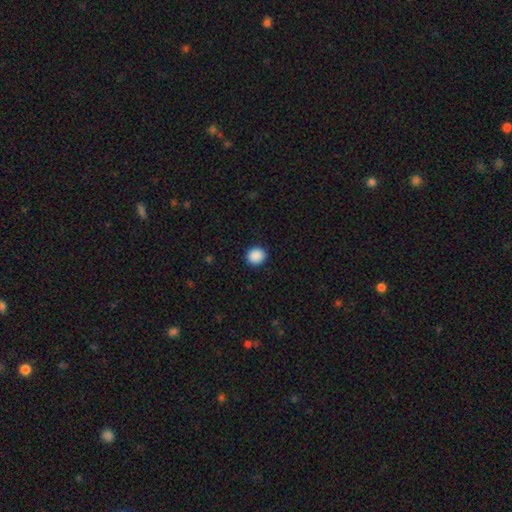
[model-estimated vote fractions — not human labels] This is clearly a smooth galaxy (90%). How rounded: likely round (79%). Merging: clearly none (91%).